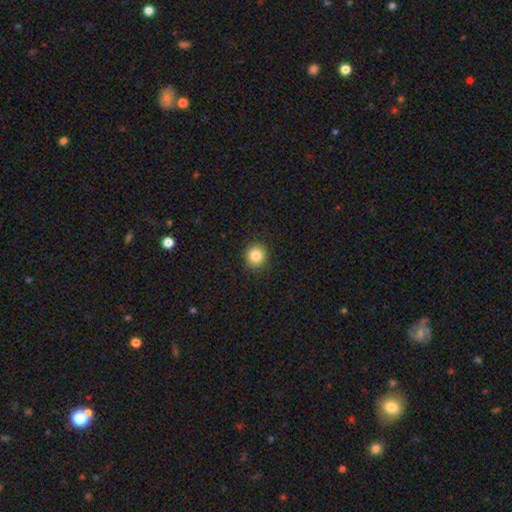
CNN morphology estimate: smooth 84%, star or artifact 11%, featured or disk 5%. Down the decision tree: how rounded — round (91%); merging — none (91%).